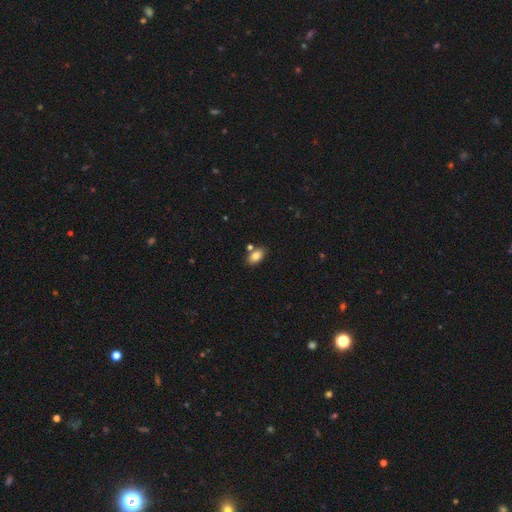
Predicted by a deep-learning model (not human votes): A smooth galaxy with no disk features (83%) that is in between round and cigar-shaped (91%). Merging: none (73%).